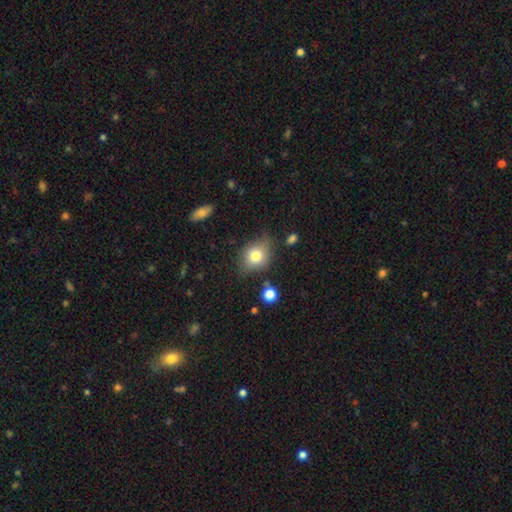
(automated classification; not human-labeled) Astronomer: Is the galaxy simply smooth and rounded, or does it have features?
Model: smooth — 77%.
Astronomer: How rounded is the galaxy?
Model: round — 56% (runner-up: in between, 43%).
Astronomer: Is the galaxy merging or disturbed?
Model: none — 66%.